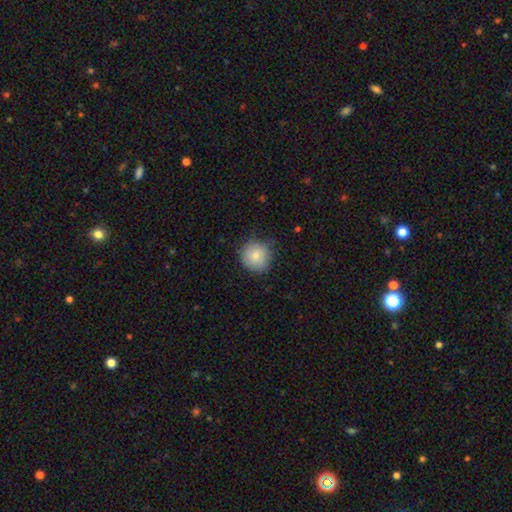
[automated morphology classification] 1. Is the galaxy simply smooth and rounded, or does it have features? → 82% smooth, 10% featured or disk, 8% star or artifact.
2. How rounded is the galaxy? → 93% round, 6% in between, 1% cigar-shaped.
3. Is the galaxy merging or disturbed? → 76% none, 19% minor disturbance, 4% major disturbance, 1% merger.